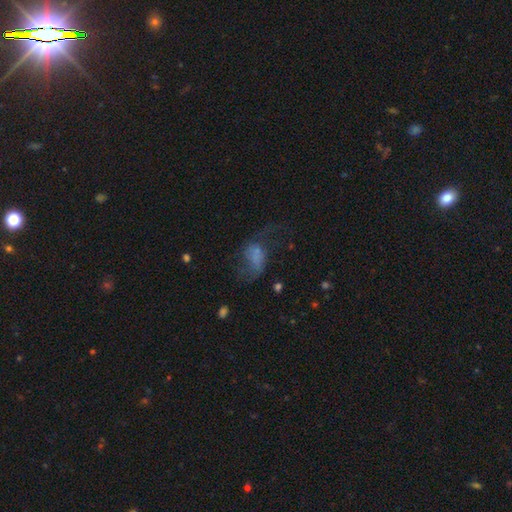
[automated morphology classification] Smooth or featured? Predicted: featured or disk (p=0.43). Merging? Predicted: major disturbance (p=0.47).